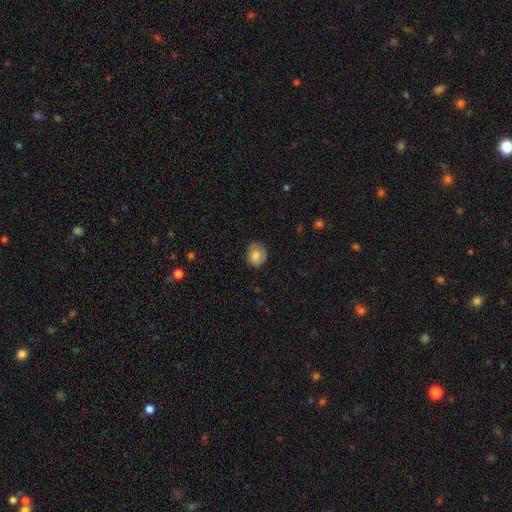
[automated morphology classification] Overall: smooth (73%). How rounded: round (77%). Merging: none (75%).